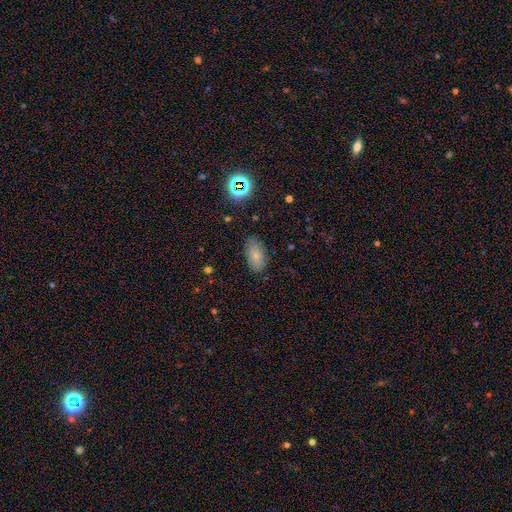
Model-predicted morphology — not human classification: Smooth or featured? Predicted: smooth (p=0.74). How rounded? Predicted: in between (p=0.91). Merging? Predicted: none (p=0.81).